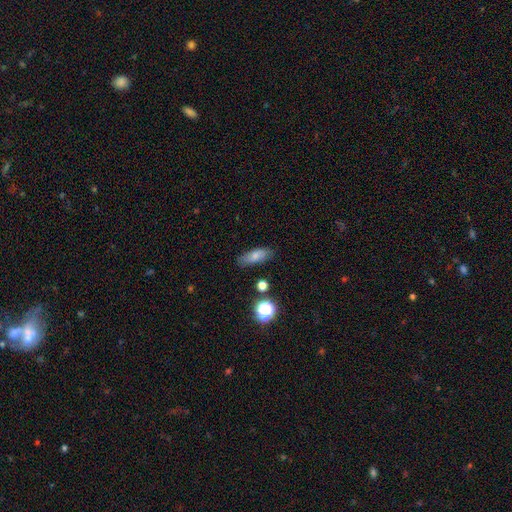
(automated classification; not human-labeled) smooth-or-featured: smooth: 71% | featured or disk: 18% | star or artifact: 11%
  how-rounded: in between: 66% | cigar-shaped: 29% | round: 6%
  merging: none: 79% | minor disturbance: 15% | major disturbance: 4% | merger: 3%